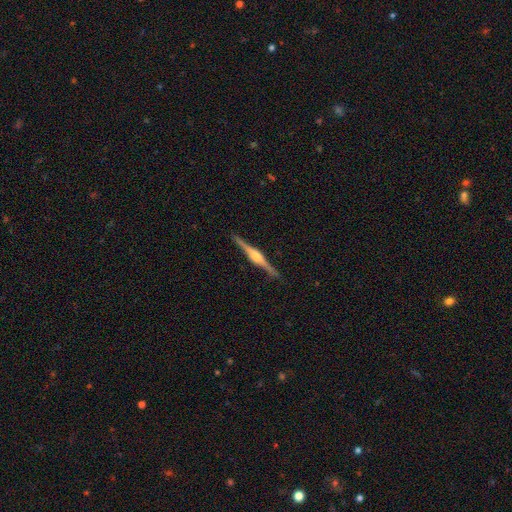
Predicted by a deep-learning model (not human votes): Smooth or featured: featured or disk — 86% (smooth — 9%)
Edge-on disk: yes — 98% (no — 2%)
Edge-on bulge: rounded — 85% (boxy — 12%)
Merging: none — 91% (minor disturbance — 7%)